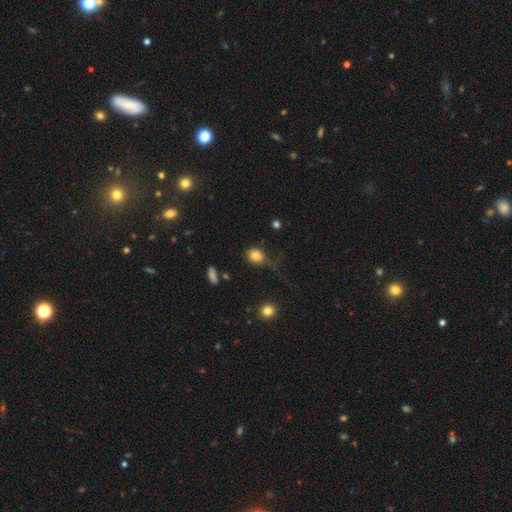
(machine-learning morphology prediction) A smooth galaxy with no disk features (82%) that is round (50%).

Vote fractions:
- Smooth or featured? smooth: 82% / star or artifact: 10% / featured or disk: 8%
- How rounded? round: 50% / in between: 48% / cigar-shaped: 1%
- Merging? none: 46% / minor disturbance: 29% / major disturbance: 21% / merger: 3%